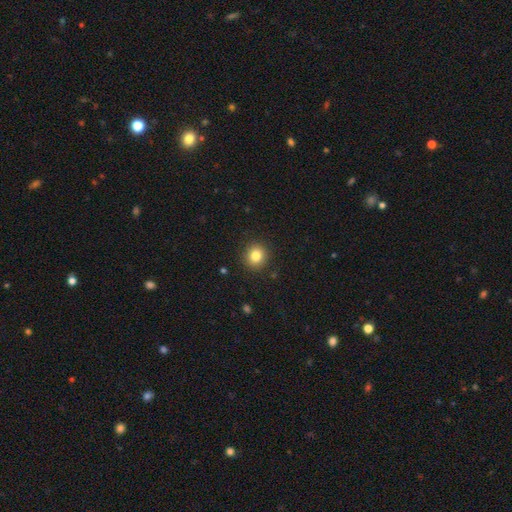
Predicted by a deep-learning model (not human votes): Smooth or featured: smooth — 82% (star or artifact — 11%)
How rounded: round — 85% (in between — 14%)
Merging: none — 91% (minor disturbance — 6%)